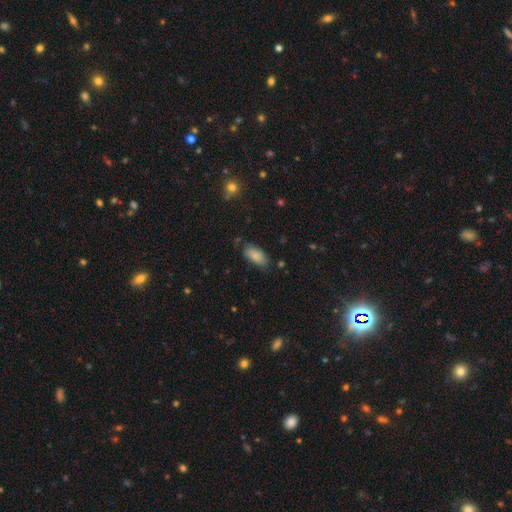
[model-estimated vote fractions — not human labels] Smooth or featured? smooth (86%)
How rounded? in between (89%)
Merging? none (74%)